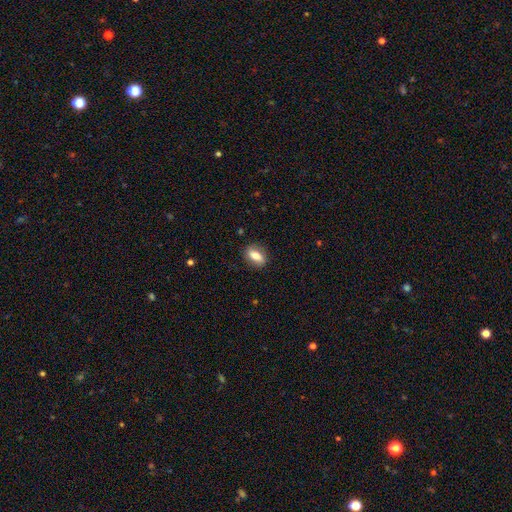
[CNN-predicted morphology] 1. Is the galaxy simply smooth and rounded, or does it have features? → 72% smooth, 21% featured or disk, 7% star or artifact.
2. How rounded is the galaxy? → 81% in between, 11% round, 9% cigar-shaped.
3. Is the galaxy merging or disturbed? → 83% none, 13% minor disturbance, 3% major disturbance, 1% merger.